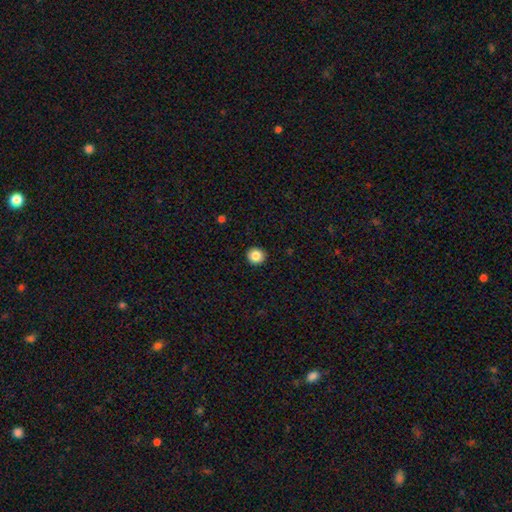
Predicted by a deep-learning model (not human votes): This is clearly a smooth galaxy (86%). How rounded: clearly round (93%). Merging: clearly none (93%).